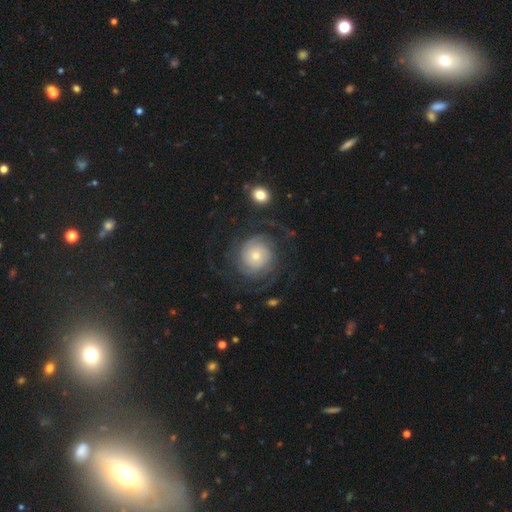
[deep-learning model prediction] Q: Smooth or featured?
A: featured or disk (77%); runner-up: smooth (17%)
Q: Edge-on disk?
A: no (98%); runner-up: yes (2%)
Q: Bar?
A: no (81%); runner-up: weak (15%)
Q: Spiral arms?
A: yes (93%); runner-up: no (7%)
Q: Spiral winding?
A: tight (60%); runner-up: medium (26%)
Q: Spiral arm count?
A: 2 (32%); runner-up: can't tell (30%)
Q: Bulge size?
A: small (57%); runner-up: moderate (34%)
Q: Merging?
A: none (67%); runner-up: major disturbance (17%)